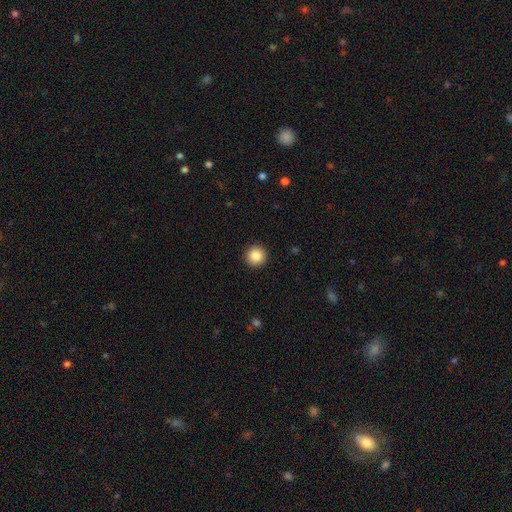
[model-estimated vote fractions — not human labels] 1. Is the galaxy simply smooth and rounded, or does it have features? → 85% smooth, 10% star or artifact, 5% featured or disk.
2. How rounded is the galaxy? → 96% round, 3% in between, 1% cigar-shaped.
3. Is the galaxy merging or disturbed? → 93% none, 4% minor disturbance, 2% major disturbance, 1% merger.